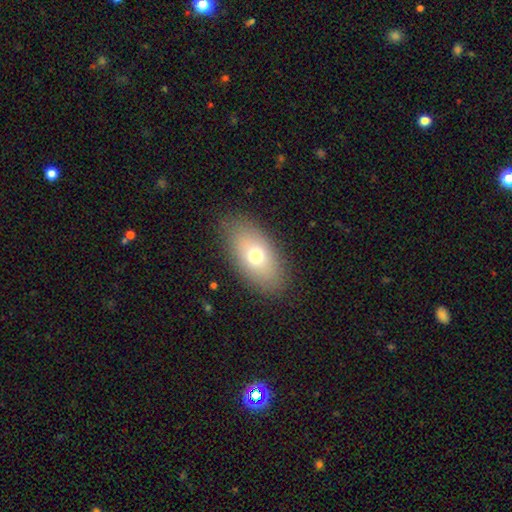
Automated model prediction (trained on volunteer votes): smooth_or_featured: smooth (p=0.70) [alt: featured or disk p=0.21]
how_rounded: in between (p=0.90) [alt: round p=0.07]
merging: none (p=0.84) [alt: minor disturbance p=0.11]